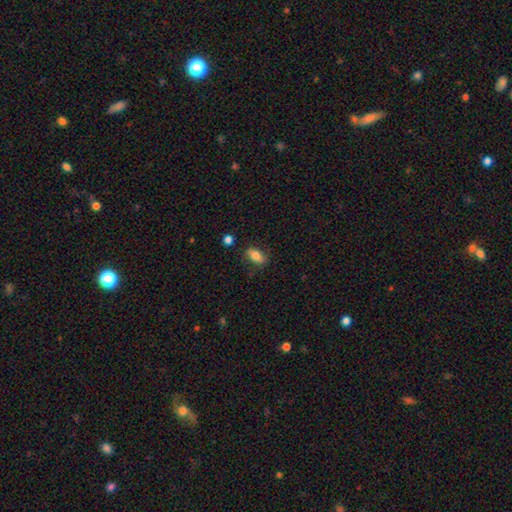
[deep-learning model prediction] smooth-or-featured: smooth: 77% | featured or disk: 15% | star or artifact: 8%
  how-rounded: in between: 86% | round: 7% | cigar-shaped: 7%
  merging: none: 76% | minor disturbance: 17% | major disturbance: 5% | merger: 2%